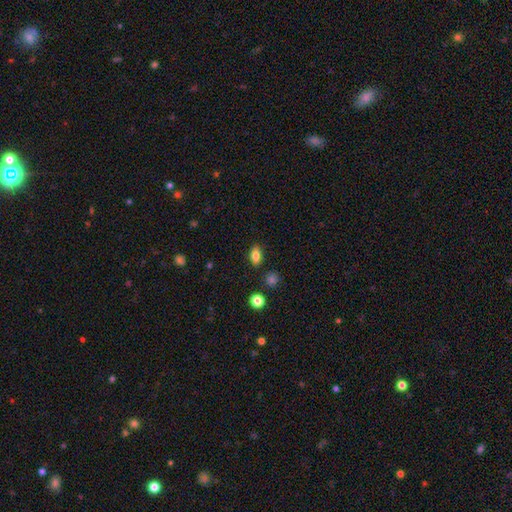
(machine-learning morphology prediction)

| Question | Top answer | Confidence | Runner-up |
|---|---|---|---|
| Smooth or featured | smooth | 81% | star or artifact (10%) |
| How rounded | in between | 84% | round (12%) |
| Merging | none | 86% | minor disturbance (9%) |